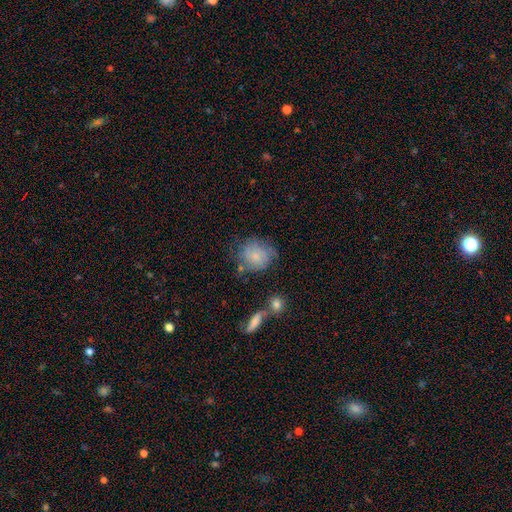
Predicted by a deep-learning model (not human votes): Smooth or featured: smooth — 65% (featured or disk — 26%)
How rounded: round — 76% (in between — 23%)
Merging: none — 57% (minor disturbance — 25%)